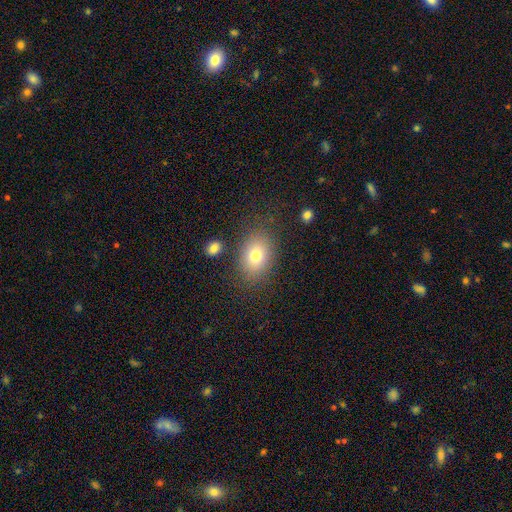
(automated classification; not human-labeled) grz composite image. It shows a smooth galaxy with no disk features (77%) that is in between round and cigar-shaped (77%). Merging: none (82%).